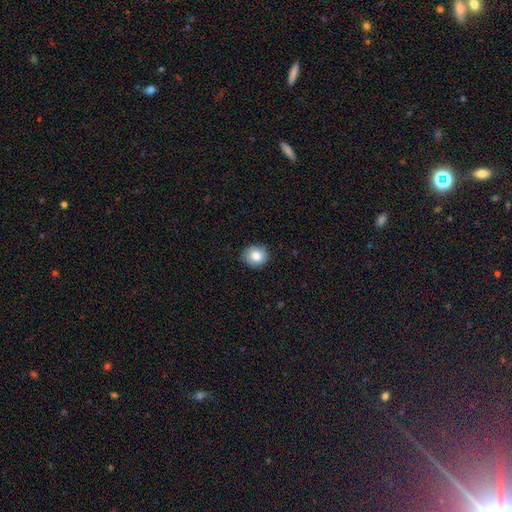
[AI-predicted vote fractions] The model was most divided on "how rounded": round: 79%, in between: 21%, cigar-shaped: 1%. More confident: merging — none (86%); smooth or featured — smooth (82%).